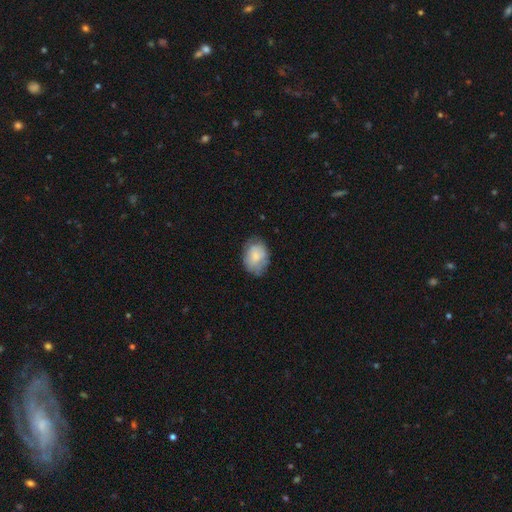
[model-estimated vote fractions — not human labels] Q: Smooth or featured?
A: smooth (72%); runner-up: featured or disk (21%)
Q: How rounded?
A: in between (72%); runner-up: round (27%)
Q: Merging?
A: none (66%); runner-up: minor disturbance (25%)